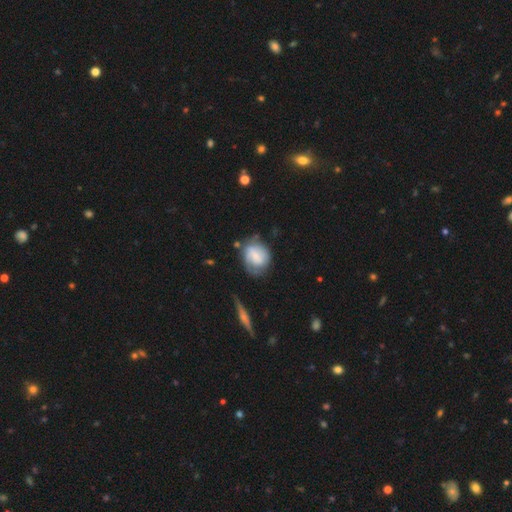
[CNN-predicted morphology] A featured or disk galaxy (47%). Merging: none (58%).